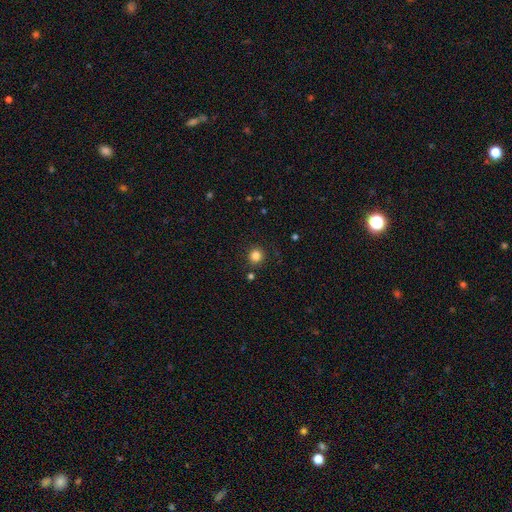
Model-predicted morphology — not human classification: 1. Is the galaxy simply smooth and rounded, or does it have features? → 83% smooth, 12% star or artifact, 5% featured or disk.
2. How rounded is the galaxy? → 91% round, 8% in between, 1% cigar-shaped.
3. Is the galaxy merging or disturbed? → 88% none, 7% minor disturbance, 3% merger, 2% major disturbance.